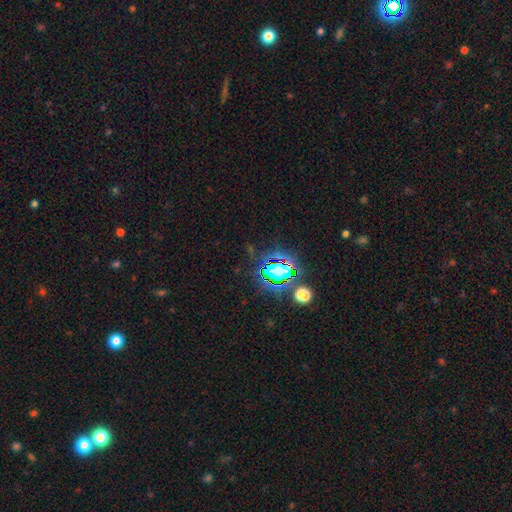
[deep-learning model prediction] smooth-or-featured: star or artifact: 80% | smooth: 13% | featured or disk: 8%